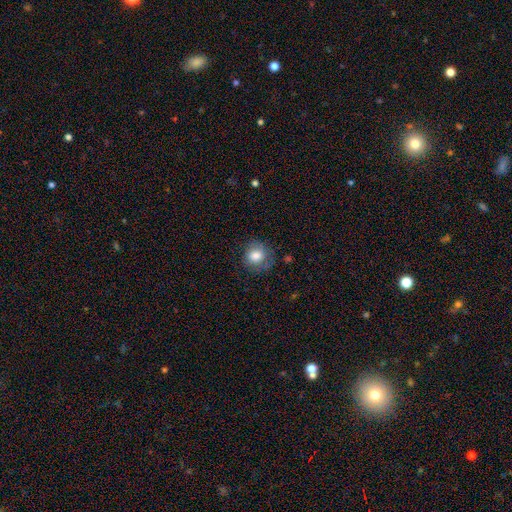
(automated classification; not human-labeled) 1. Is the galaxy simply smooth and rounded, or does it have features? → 79% smooth, 12% featured or disk, 9% star or artifact.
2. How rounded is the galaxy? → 82% round, 17% in between, 1% cigar-shaped.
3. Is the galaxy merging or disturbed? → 70% none, 21% minor disturbance, 8% major disturbance, 2% merger.